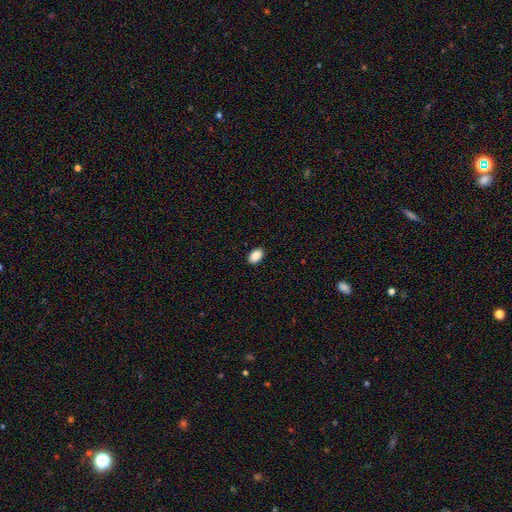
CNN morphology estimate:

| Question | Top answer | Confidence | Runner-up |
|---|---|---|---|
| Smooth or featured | smooth | 89% | star or artifact (8%) |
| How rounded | in between | 88% | round (11%) |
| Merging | none | 90% | minor disturbance (8%) |